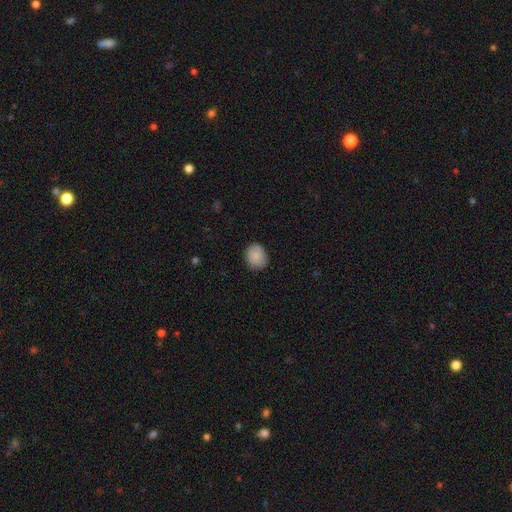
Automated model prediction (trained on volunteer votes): A smooth galaxy with no disk features (88%) that is round (63%).

Vote fractions:
- Smooth or featured? smooth: 88% / star or artifact: 8% / featured or disk: 5%
- How rounded? round: 63% / in between: 36% / cigar-shaped: 1%
- Merging? none: 81% / minor disturbance: 15% / major disturbance: 3% / merger: 1%